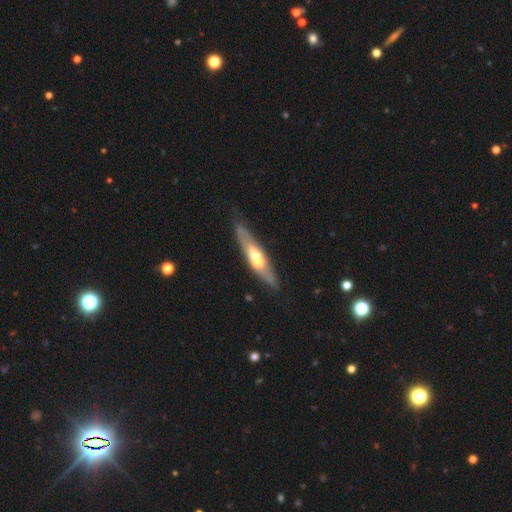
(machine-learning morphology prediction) This is possibly a featured or disk galaxy (56%). It is possibly viewed edge-on (59%). Merging: likely none (62%).